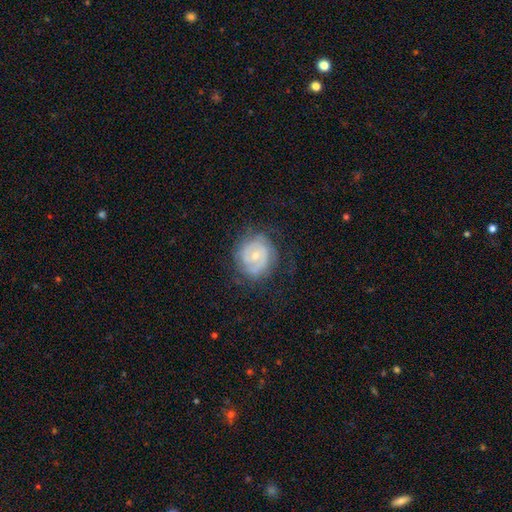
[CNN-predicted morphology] A featured or disk galaxy (69%) with no bar (60%), 2 (47%) tight (60%) spiral arms (86%) and a small central bulge (60%). Merging: none (70%).